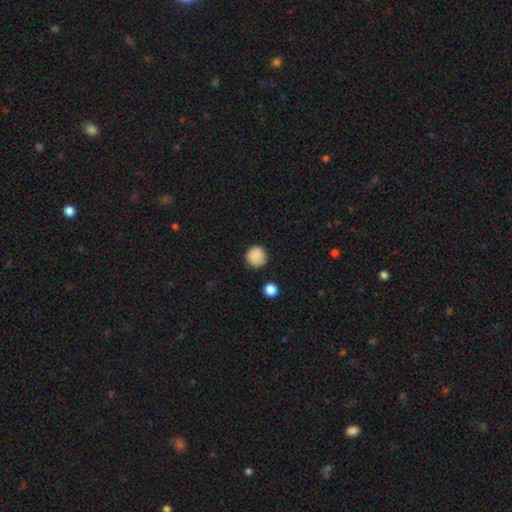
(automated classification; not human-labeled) Smooth or featured? smooth (88%)
How rounded? round (95%)
Merging? none (88%)